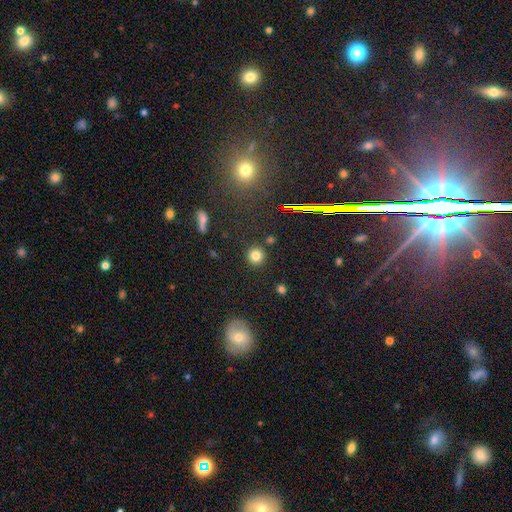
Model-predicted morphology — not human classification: Overall: smooth (80%). How rounded: round (93%). Merging: none (88%).